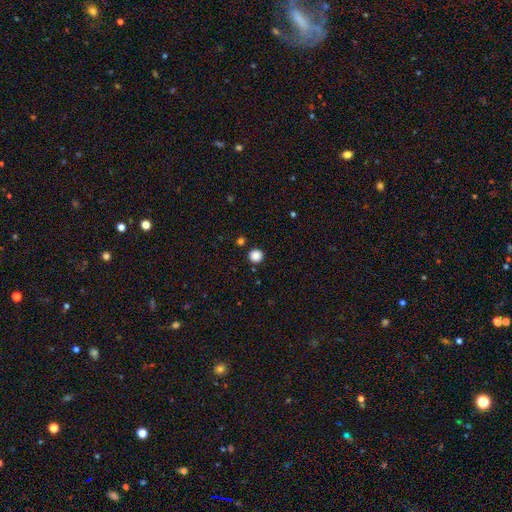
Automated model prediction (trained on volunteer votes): Smooth or featured? smooth (86%)
How rounded? round (95%)
Merging? none (90%)